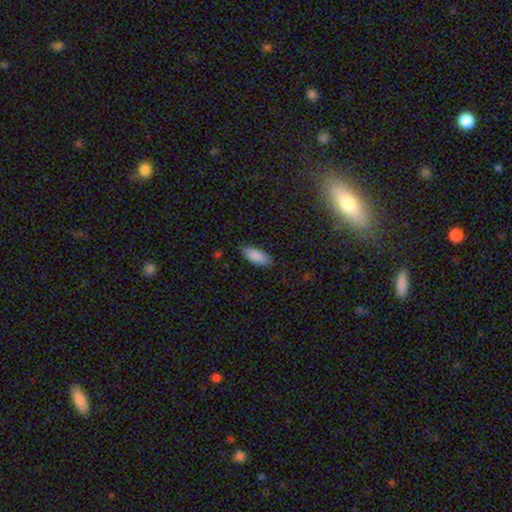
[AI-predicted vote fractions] Smooth or featured: smooth — 88% (star or artifact — 6%)
How rounded: in between — 86% (cigar-shaped — 12%)
Merging: none — 79% (minor disturbance — 17%)